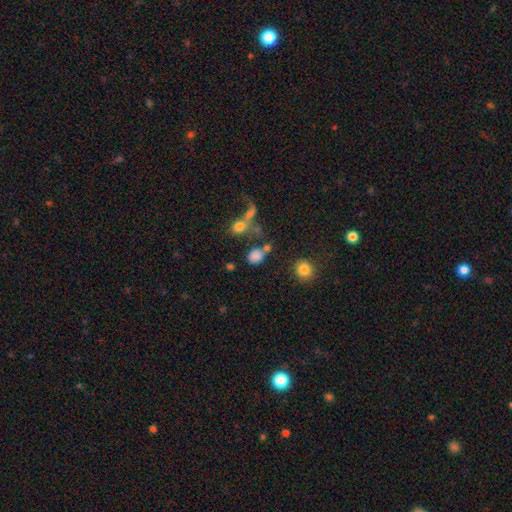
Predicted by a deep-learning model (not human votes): smooth-or-featured: smooth: 77% | star or artifact: 14% | featured or disk: 9%
  how-rounded: round: 59% | in between: 38% | cigar-shaped: 2%
  merging: none: 48% | merger: 26% | minor disturbance: 14% | major disturbance: 13%